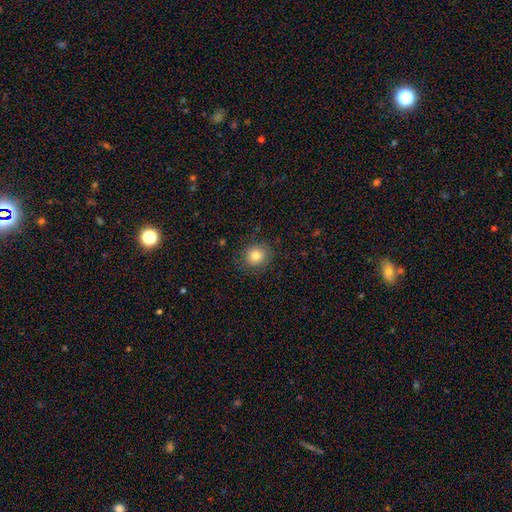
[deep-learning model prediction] The model was most divided on "how rounded": round: 82%, in between: 18%, cigar-shaped: 1%. More confident: merging — none (85%); smooth or featured — smooth (81%).